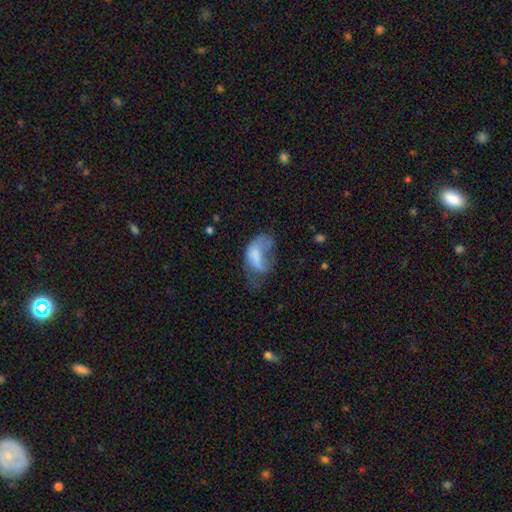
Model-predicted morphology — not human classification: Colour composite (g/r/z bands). It shows a smooth galaxy with no disk features (55%) that is in between round and cigar-shaped (89%). Merging: major disturbance (54%).